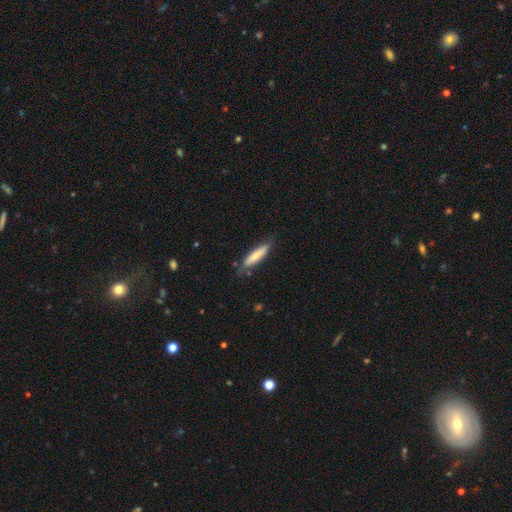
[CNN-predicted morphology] A smooth galaxy with no disk features (71%) that is cigar-shaped (81%).

Vote fractions:
- Smooth or featured? smooth: 71% / featured or disk: 23% / star or artifact: 6%
- How rounded? cigar-shaped: 81% / in between: 18% / round: 1%
- Merging? none: 77% / minor disturbance: 18% / major disturbance: 3% / merger: 2%